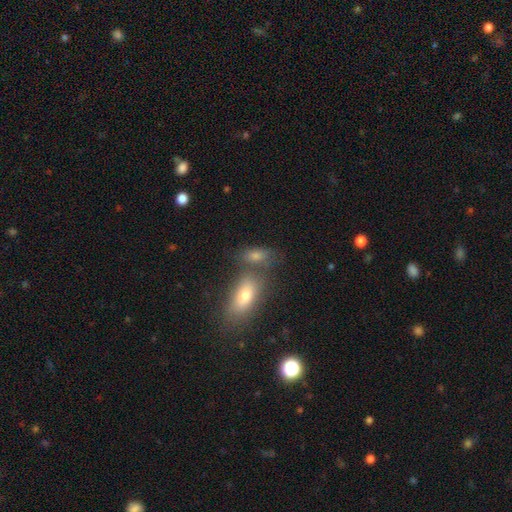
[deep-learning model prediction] Smooth or featured? smooth (69%)
How rounded? in between (77%)
Merging? none (51%)